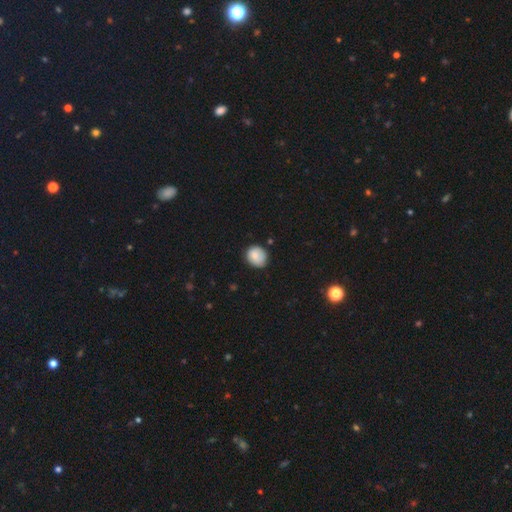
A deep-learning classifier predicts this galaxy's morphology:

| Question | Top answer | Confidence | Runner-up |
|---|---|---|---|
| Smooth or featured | smooth | 79% | featured or disk (13%) |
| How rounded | round | 72% | in between (27%) |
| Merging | none | 74% | minor disturbance (21%) |